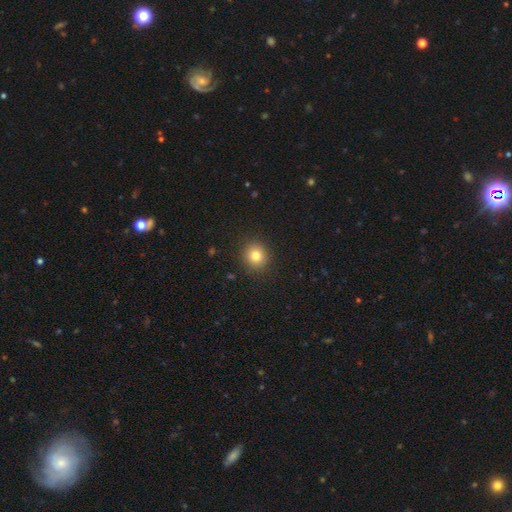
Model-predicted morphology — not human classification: Smooth or featured: smooth — 81% (star or artifact — 12%)
How rounded: round — 87% (in between — 12%)
Merging: none — 90% (minor disturbance — 6%)